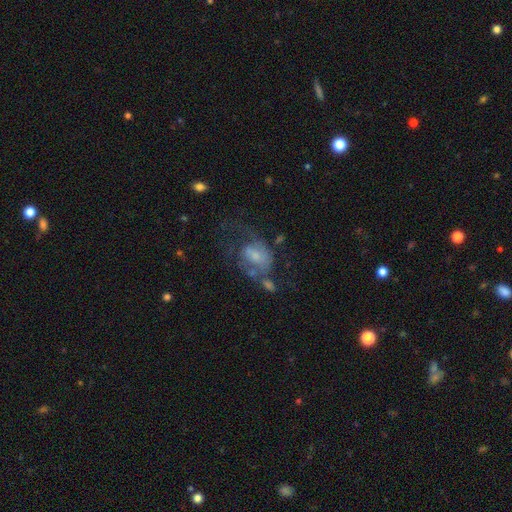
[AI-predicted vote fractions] smooth_or_featured: featured or disk (p=0.55) [alt: smooth p=0.35]
disk_edge_on: no (p=0.97) [alt: yes p=0.03]
bar: no (p=0.62) [alt: weak p=0.31]
has_spiral_arms: yes (p=0.58) [alt: no p=0.42]
bulge_size: small (p=0.40) [alt: moderate p=0.38]
merging: major disturbance (p=0.40) [alt: none p=0.27]